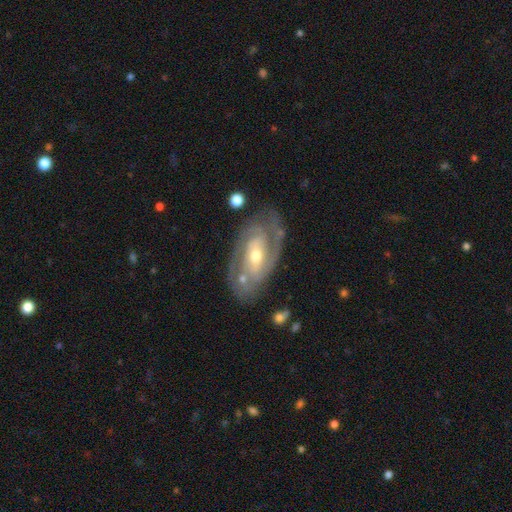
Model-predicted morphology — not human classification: Smooth or featured? Predicted: featured or disk (p=0.87). Edge-on disk? Predicted: no (p=0.95). Bar? Predicted: no (p=0.39, tied with weak). Spiral arms? Predicted: yes (p=0.94). Spiral winding? Predicted: tight (p=0.58). Spiral arm count? Predicted: 2 (p=0.65). Bulge size? Predicted: moderate (p=0.57). Merging? Predicted: none (p=0.72).